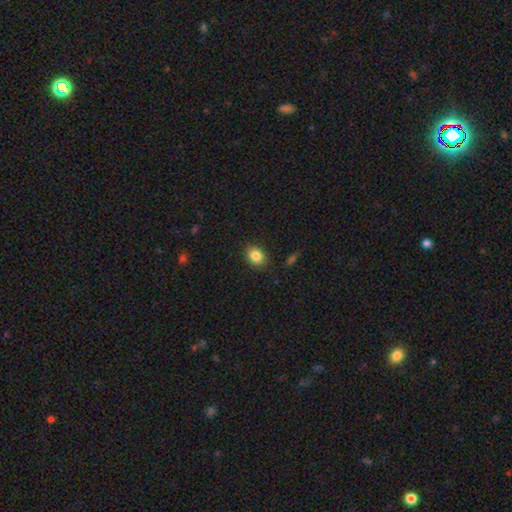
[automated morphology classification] Smooth or featured? Predicted: smooth (p=0.84). How rounded? Predicted: in between (p=0.52). Merging? Predicted: none (p=0.87).